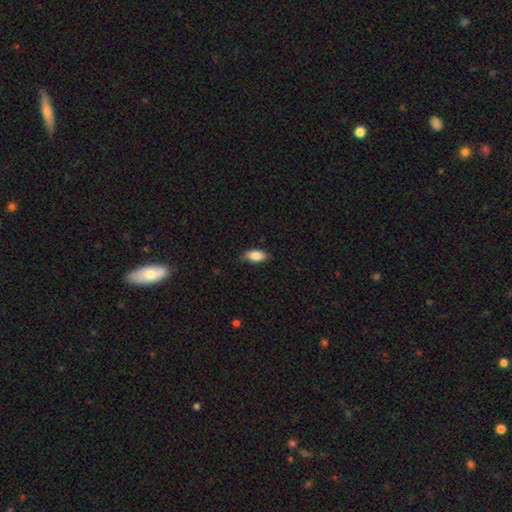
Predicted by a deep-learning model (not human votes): This is clearly a smooth galaxy (85%). How rounded: clearly in between (89%). Merging: likely none (77%).